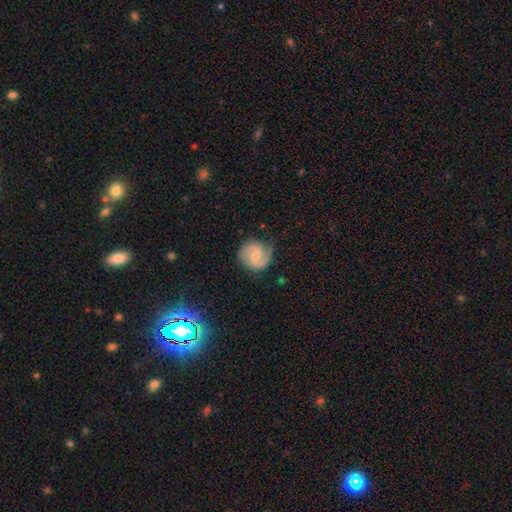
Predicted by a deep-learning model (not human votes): Smooth or featured: featured or disk — 68% (smooth — 26%)
Edge-on disk: no — 98% (yes — 2%)
Bar: no — 47% (weak — 46%)
Spiral arms: yes — 94% (no — 6%)
Spiral winding: medium — 49% (tight — 31%)
Spiral arm count: 2 — 82% (can't tell — 8%)
Bulge size: small — 53% (moderate — 39%)
Merging: none — 72% (minor disturbance — 21%)